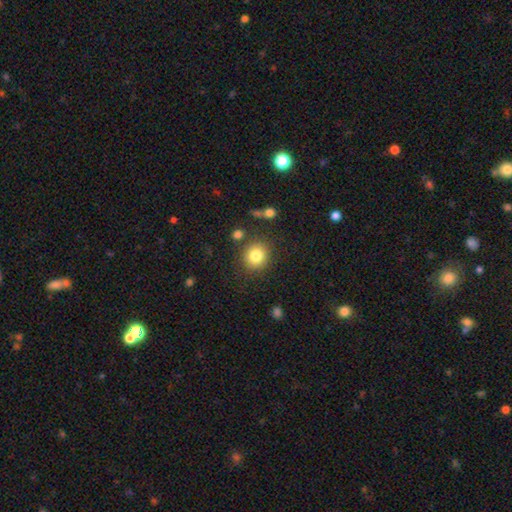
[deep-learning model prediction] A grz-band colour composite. It shows a smooth galaxy with no disk features (82%) that is round (86%). Merging: none (85%).